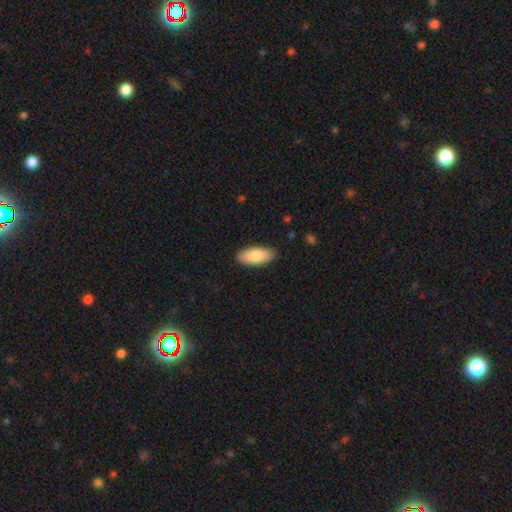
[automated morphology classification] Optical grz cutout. It shows a smooth galaxy with no disk features (83%) that is in between round and cigar-shaped (87%). Merging: none (88%).